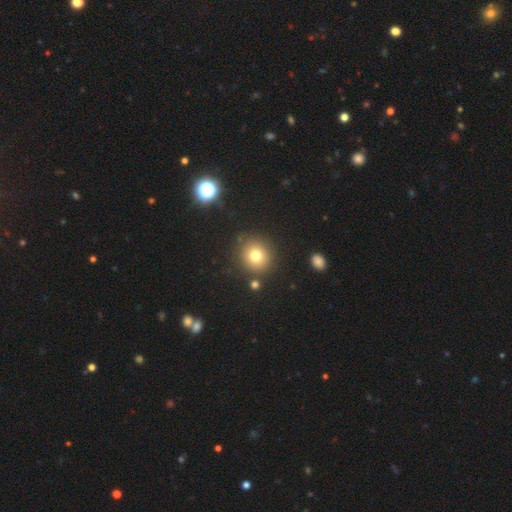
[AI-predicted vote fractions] A smooth galaxy with no disk features (76%) that is round (88%).

Vote fractions:
- Smooth or featured? smooth: 76% / star or artifact: 14% / featured or disk: 10%
- How rounded? round: 88% / in between: 11% / cigar-shaped: 1%
- Merging? none: 85% / minor disturbance: 7% / merger: 4% / major disturbance: 3%